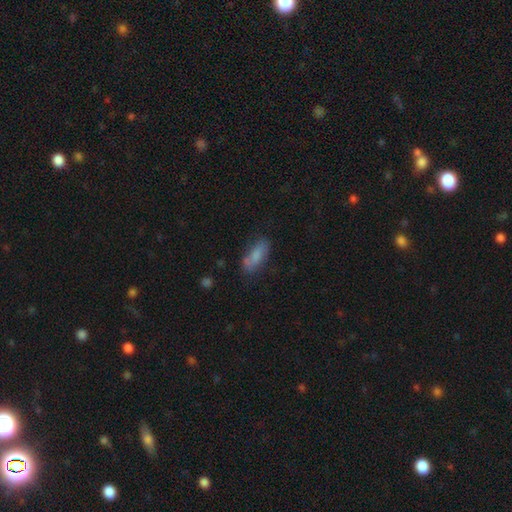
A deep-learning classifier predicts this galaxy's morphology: smooth-or-featured: smooth: 77% | featured or disk: 15% | star or artifact: 9%
  how-rounded: in between: 74% | cigar-shaped: 23% | round: 3%
  merging: none: 64% | minor disturbance: 22% | major disturbance: 8% | merger: 7%